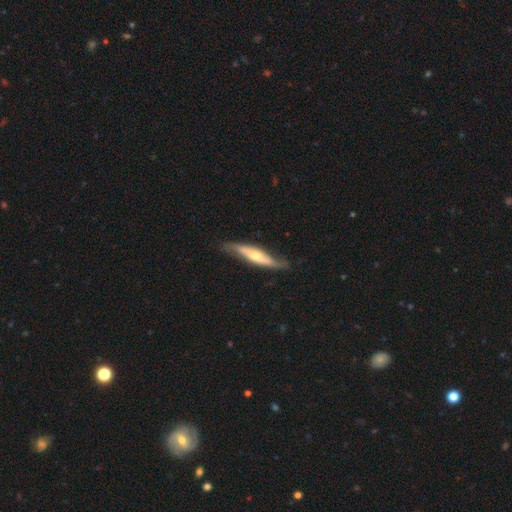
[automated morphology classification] Smooth or featured: featured or disk — 61% (smooth — 34%)
Edge-on disk: yes — 67% (no — 33%)
Merging: none — 72% (minor disturbance — 21%)